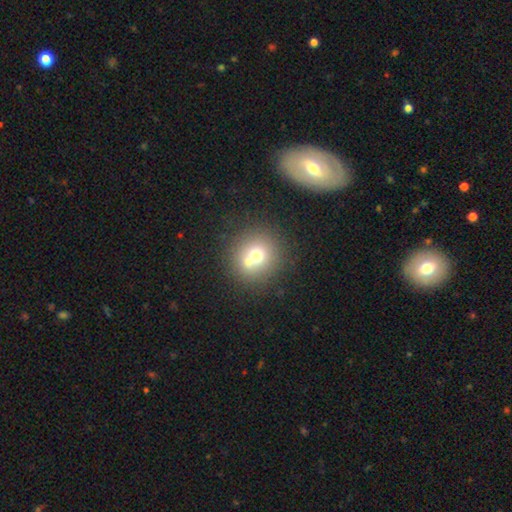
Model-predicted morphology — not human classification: smooth 67%, featured or disk 18%, star or artifact 14%. Down the decision tree: how rounded — round (91%); merging — none (60%).